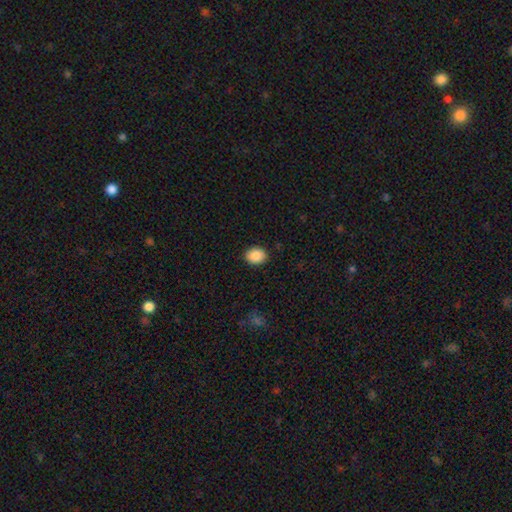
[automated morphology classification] The model was most divided on "how rounded": in between: 57%, round: 42%, cigar-shaped: 1%. More confident: merging — none (89%); smooth or featured — smooth (89%).